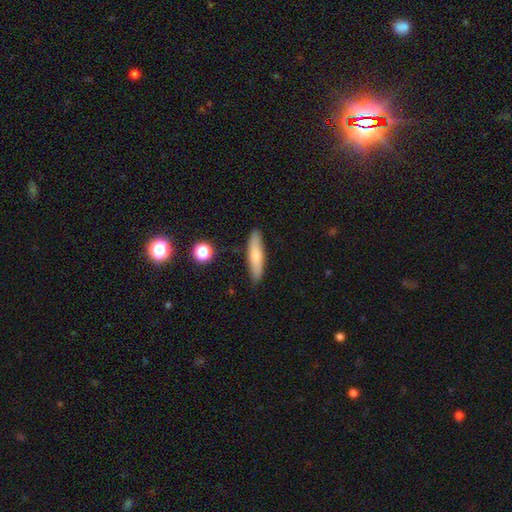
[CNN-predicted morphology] Smooth or featured? smooth (70%)
How rounded? cigar-shaped (77%)
Merging? none (86%)